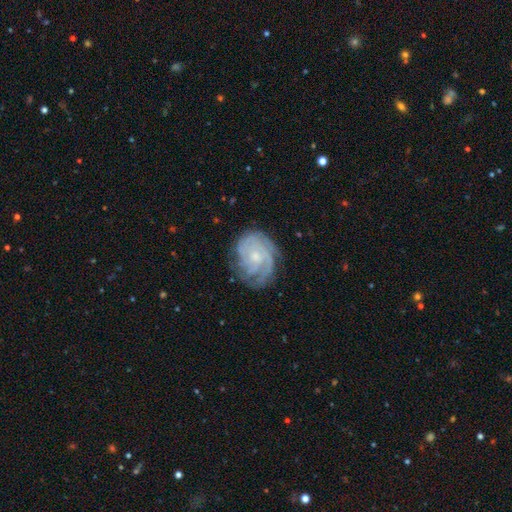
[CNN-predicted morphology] featured or disk 82%, smooth 12%, star or artifact 6%. Down the decision tree: edge-on disk — no (98%); bar — no (72%); spiral arms — yes (95%); spiral arm count — can't tell (33%); spiral winding — tight (70%); bulge size — small (61%); merging — none (72%).